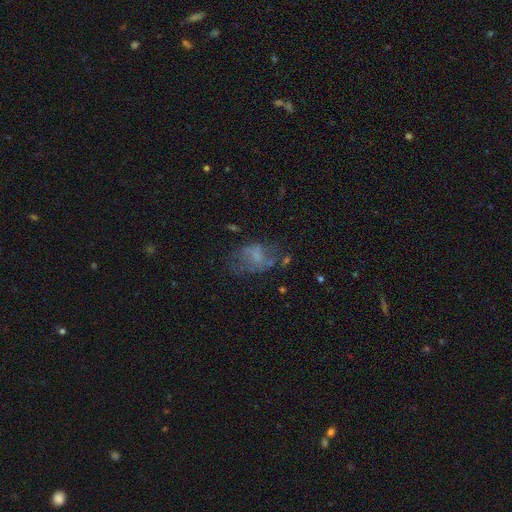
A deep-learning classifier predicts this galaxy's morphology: Smooth or featured? smooth (43%)
Merging? none (42%)